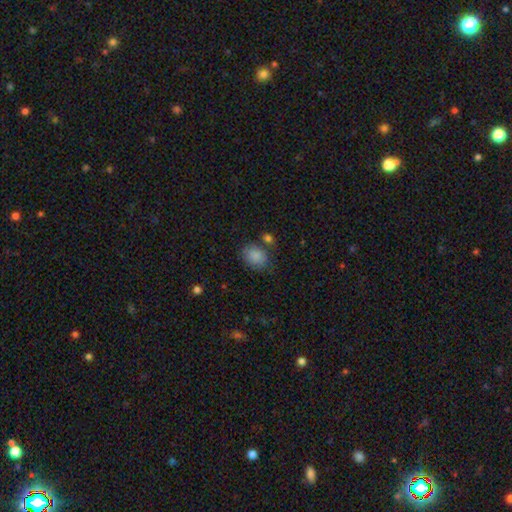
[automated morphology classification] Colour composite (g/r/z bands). It shows a smooth galaxy with no disk features (86%) that is in between round and cigar-shaped (54%). Merging: none (71%).